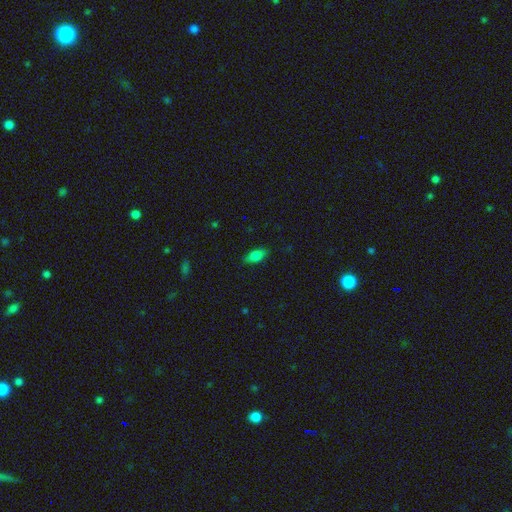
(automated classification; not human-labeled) Morphology: type=smooth (80%); roundness=in between (83%); merging=none (85%).